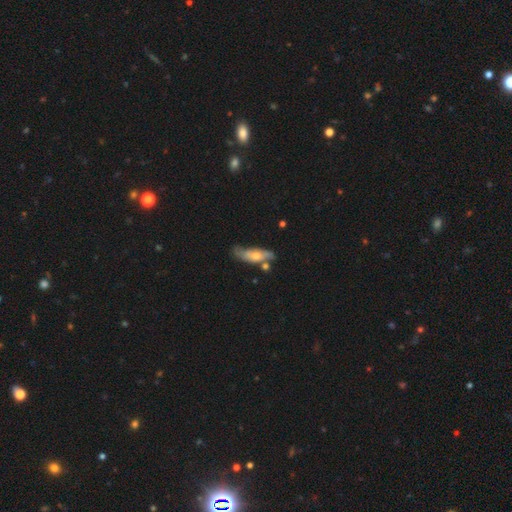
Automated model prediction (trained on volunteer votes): smooth-or-featured: featured or disk: 47% | smooth: 46% | star or artifact: 6%
  merging: none: 51% | minor disturbance: 26% | merger: 13% | major disturbance: 9%